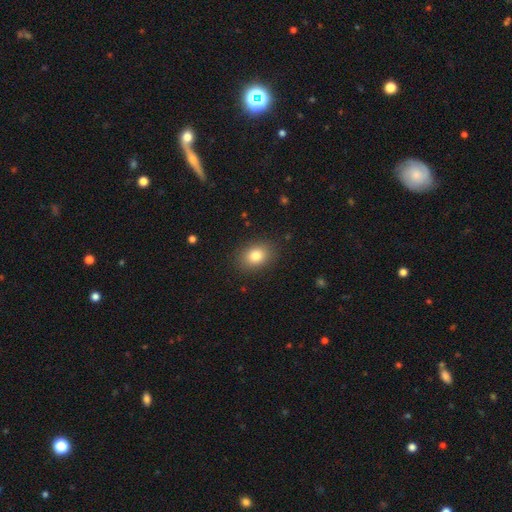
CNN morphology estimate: smooth-or-featured: smooth: 82% | star or artifact: 10% | featured or disk: 8%
  how-rounded: in between: 59% | round: 40% | cigar-shaped: 1%
  merging: none: 88% | minor disturbance: 9% | major disturbance: 3% | merger: 1%